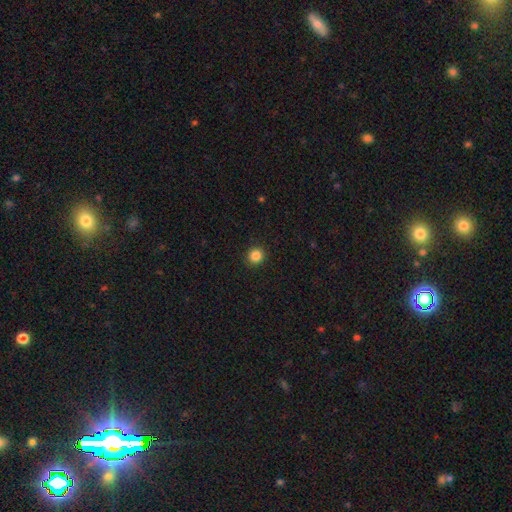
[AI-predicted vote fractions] smooth_or_featured: smooth (p=0.86) [alt: star or artifact p=0.11]
how_rounded: round (p=0.90) [alt: in between p=0.09]
merging: none (p=0.92) [alt: minor disturbance p=0.05]